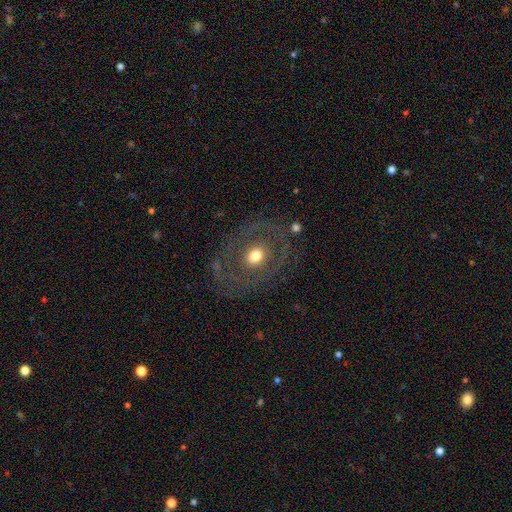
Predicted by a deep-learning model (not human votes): Morphology: type=featured or disk (57%); edge-on=no (95%); bar=no (82%); spiral arms=no (69%); bulge=moderate (66%); merging=none (69%).